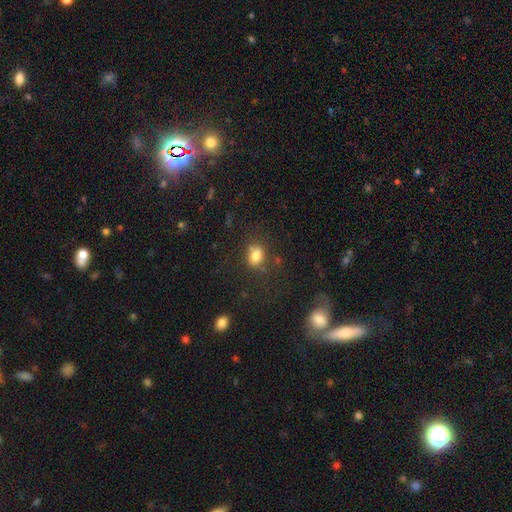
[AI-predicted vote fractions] Morphology: type=smooth (79%); roundness=in between (63%); merging=none (64%).